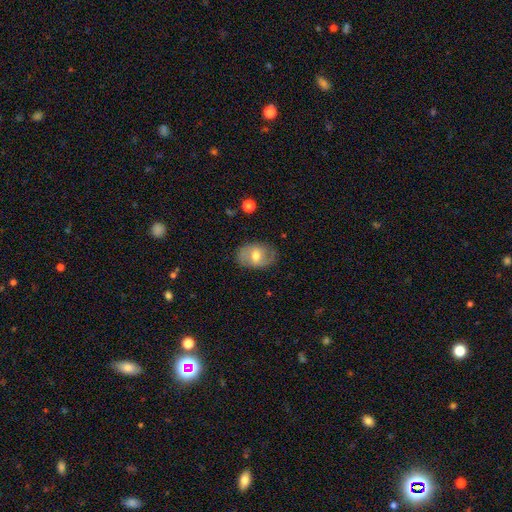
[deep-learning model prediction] smooth-or-featured: featured or disk: 53% | smooth: 40% | star or artifact: 7%
  disk-edge-on: no: 95% | yes: 5%
  merging: none: 76% | minor disturbance: 17% | major disturbance: 6% | merger: 1%